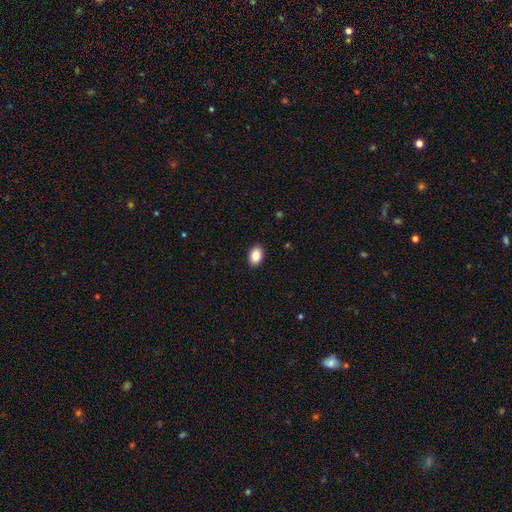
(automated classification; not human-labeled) The model was most divided on "how rounded": in between: 83%, round: 16%, cigar-shaped: 1%. More confident: merging — none (91%); smooth or featured — smooth (88%).